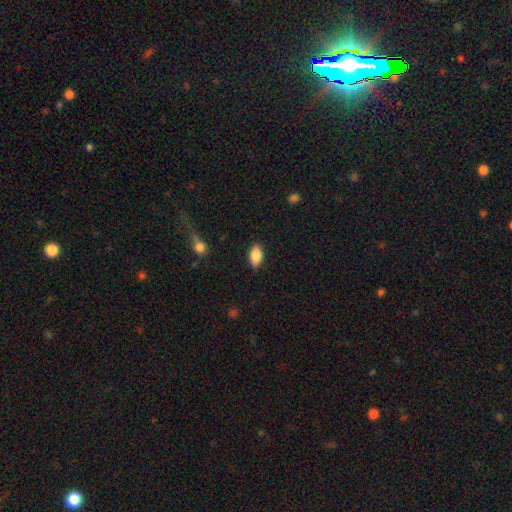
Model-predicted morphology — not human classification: Smooth or featured: smooth — 85% (featured or disk — 7%)
How rounded: in between — 91% (cigar-shaped — 5%)
Merging: none — 87% (minor disturbance — 9%)